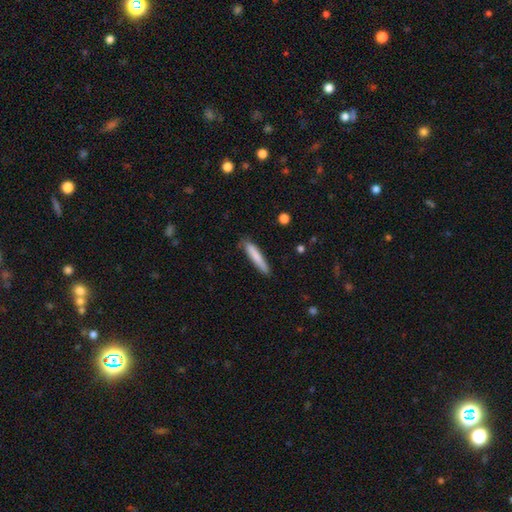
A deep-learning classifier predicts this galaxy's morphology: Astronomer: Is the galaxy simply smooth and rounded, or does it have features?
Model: smooth — 78%.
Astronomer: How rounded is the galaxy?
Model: cigar-shaped — 91%.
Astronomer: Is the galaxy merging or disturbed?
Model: none — 82%.